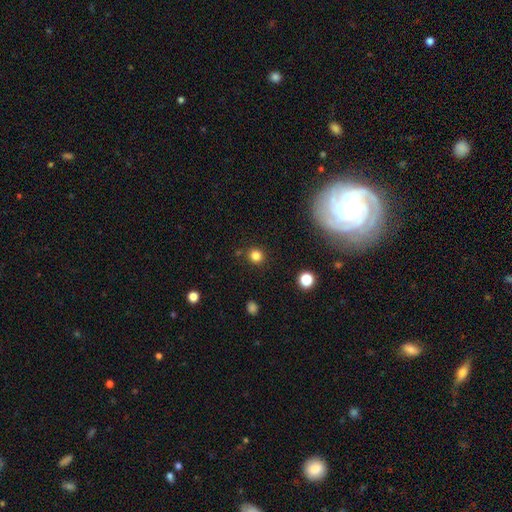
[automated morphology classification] This appears to be a smooth galaxy with no disk features (82%) that is round (90%). Merging: none (87%).